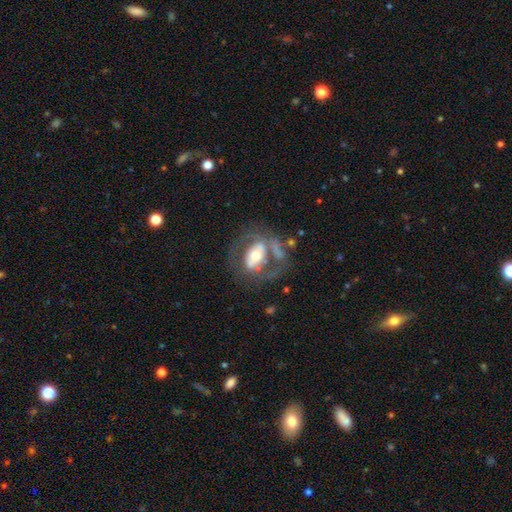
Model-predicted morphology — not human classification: This appears to be a featured or disk galaxy (69%) with no bar (39%), spiral arms (58%) and a moderate central bulge (63%). Merging: none (48%).